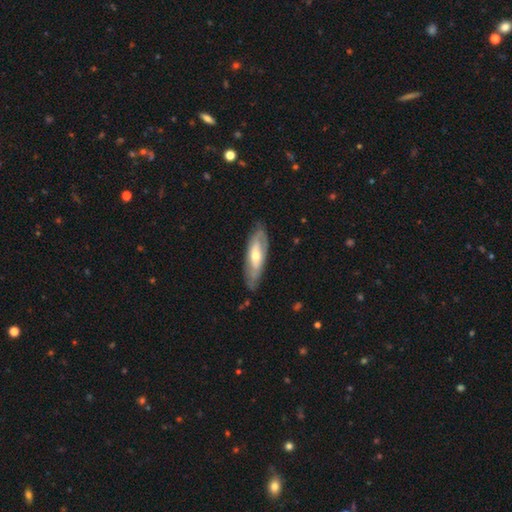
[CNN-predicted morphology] A featured or disk galaxy (61%).

Vote fractions:
- Smooth or featured? featured or disk: 61% / smooth: 34% / star or artifact: 5%
- Edge-on disk? no: 70% / yes: 30%
- Merging? none: 77% / minor disturbance: 17% / major disturbance: 5% / merger: 1%